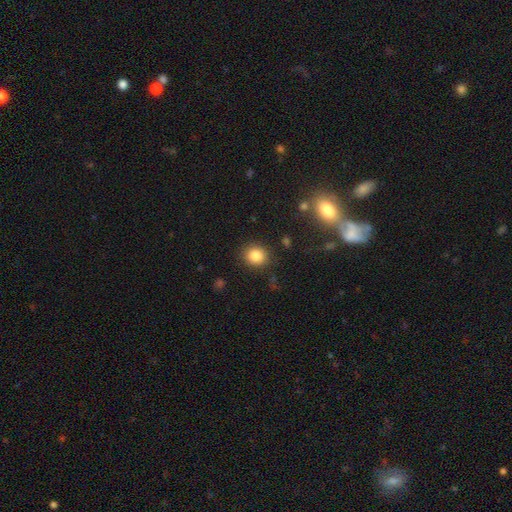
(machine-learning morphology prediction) Smooth or featured?
  - smooth: 84% *
  - star or artifact: 10%
  - featured or disk: 5%
How rounded?
  - round: 79% *
  - in between: 20%
  - cigar-shaped: 1%
Merging?
  - none: 87% *
  - minor disturbance: 8%
  - major disturbance: 3%
  - merger: 2%